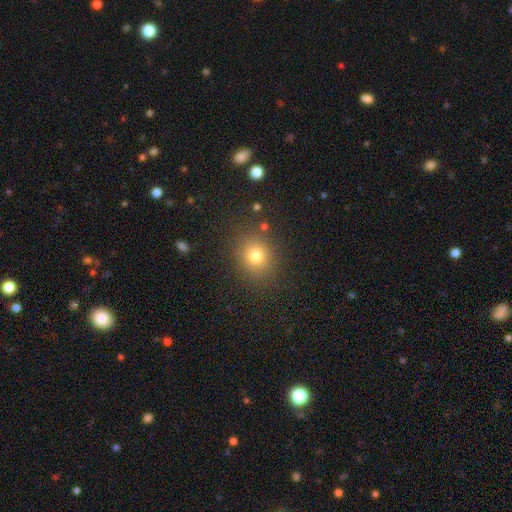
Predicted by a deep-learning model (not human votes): Smooth or featured: smooth — 78% (star or artifact — 15%)
How rounded: round — 75% (in between — 25%)
Merging: none — 86% (minor disturbance — 9%)